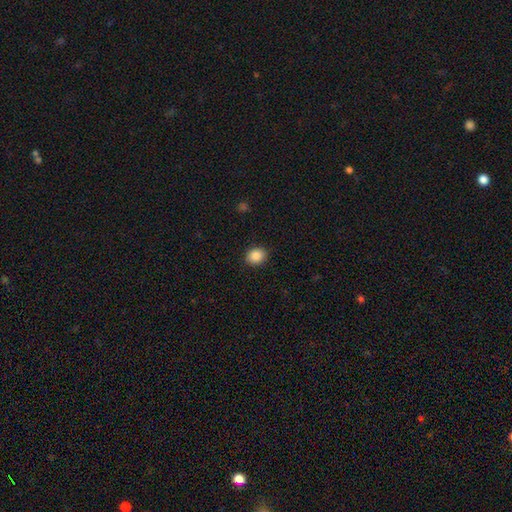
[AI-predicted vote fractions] Smooth or featured? smooth (88%)
How rounded? round (53%)
Merging? none (90%)